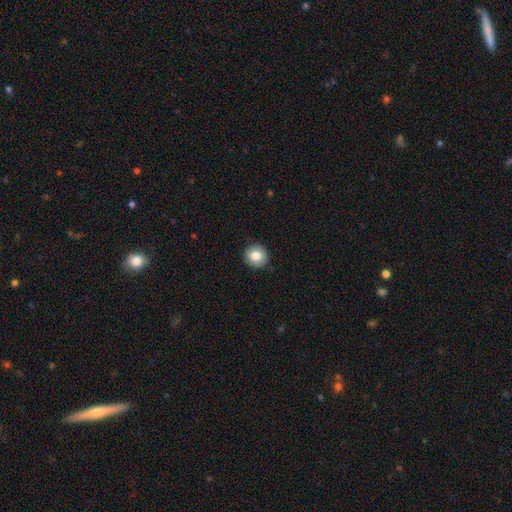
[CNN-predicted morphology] smooth_or_featured: smooth (p=0.81) [alt: featured or disk p=0.11]
how_rounded: round (p=0.92) [alt: in between p=0.08]
merging: none (p=0.88) [alt: minor disturbance p=0.09]